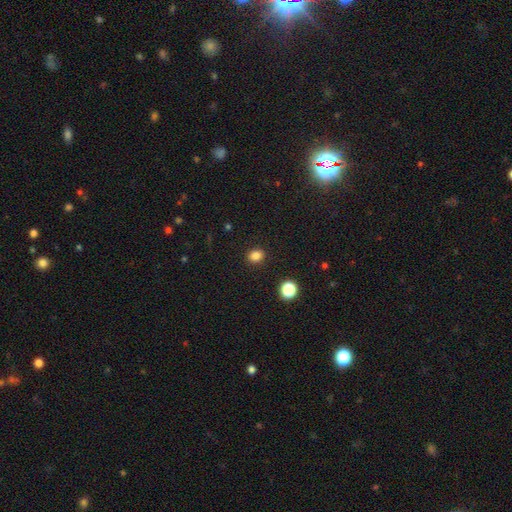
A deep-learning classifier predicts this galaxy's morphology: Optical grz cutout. It shows a smooth galaxy with no disk features (83%) that is round (62%). Merging: none (90%).